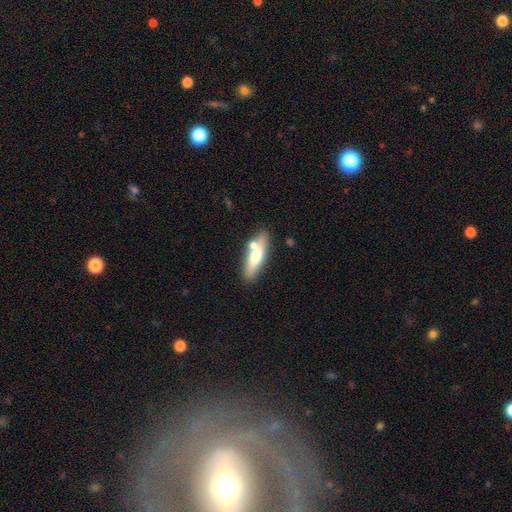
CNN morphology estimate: Overall: smooth (58%; featured or disk 36%). How rounded: cigar-shaped (58%; in between 39%). Merging: none (70%).